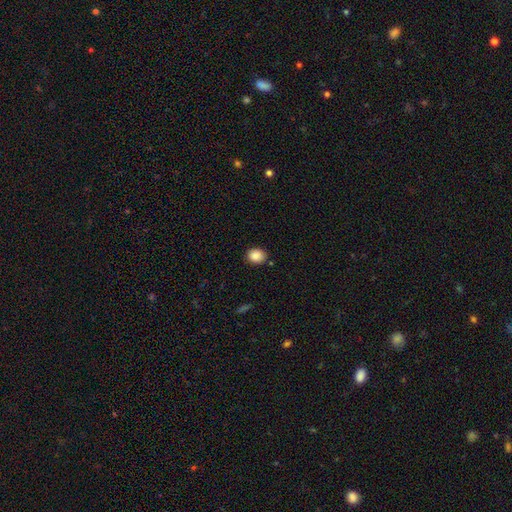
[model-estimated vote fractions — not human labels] Overall: smooth (87%). How rounded: round (61%; in between 38%). Merging: none (84%).